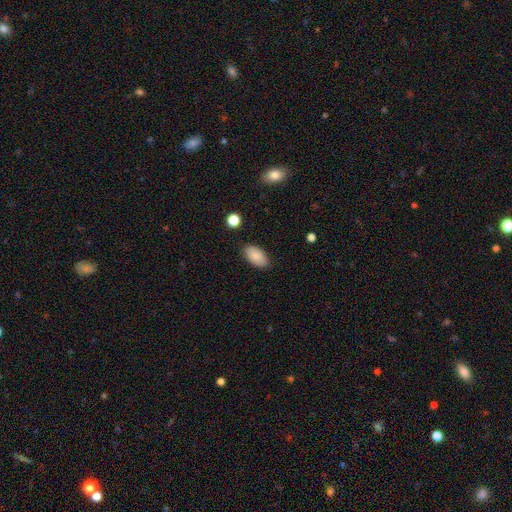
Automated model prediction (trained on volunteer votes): Overall: smooth (86%). How rounded: in between (95%). Merging: none (86%).